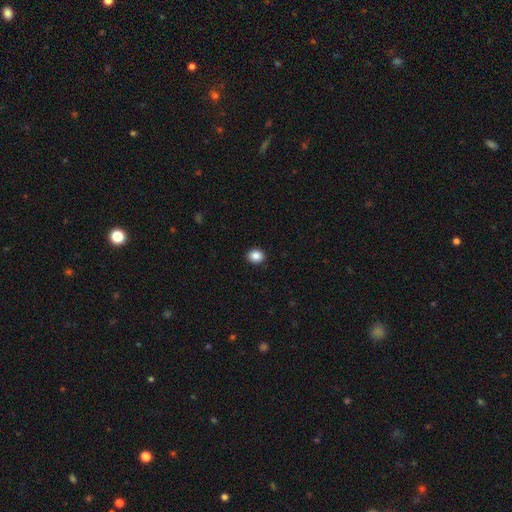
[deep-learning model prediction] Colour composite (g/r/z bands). It shows a smooth galaxy with no disk features (87%) that is round (68%). Merging: none (92%).